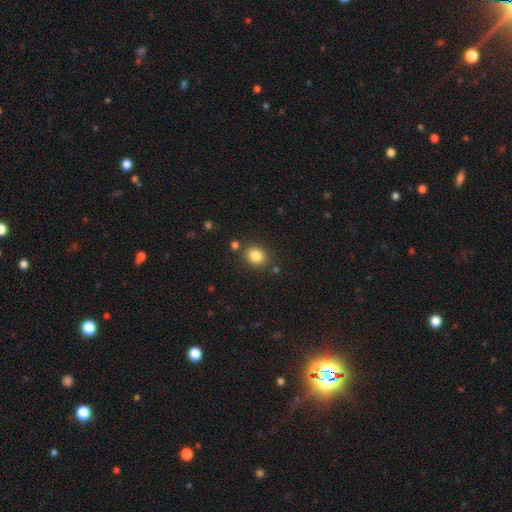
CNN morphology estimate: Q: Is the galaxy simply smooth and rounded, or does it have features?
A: smooth — 84%.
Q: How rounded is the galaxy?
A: round — 65%.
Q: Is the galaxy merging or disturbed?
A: none — 81%.